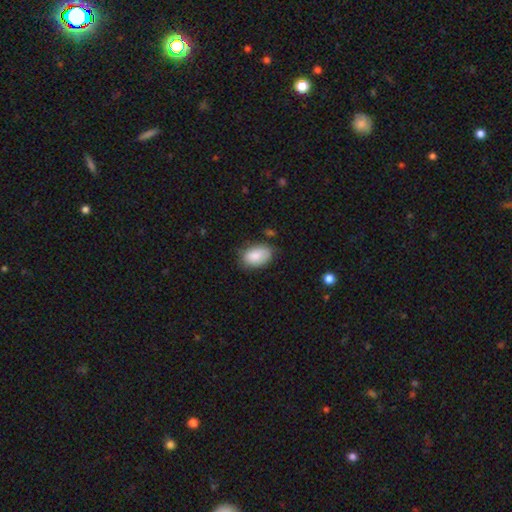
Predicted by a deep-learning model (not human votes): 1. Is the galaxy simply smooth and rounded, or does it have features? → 86% smooth, 7% featured or disk, 7% star or artifact.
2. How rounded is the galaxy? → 91% in between, 8% round, 1% cigar-shaped.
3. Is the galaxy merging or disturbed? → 68% none, 25% minor disturbance, 5% major disturbance, 2% merger.